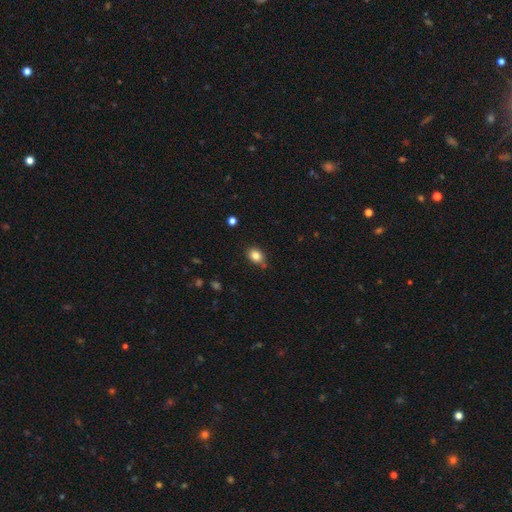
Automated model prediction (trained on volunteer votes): smooth_or_featured: smooth (p=0.84) [alt: star or artifact p=0.10]
how_rounded: in between (p=0.72) [alt: round p=0.27]
merging: none (p=0.77) [alt: minor disturbance p=0.16]